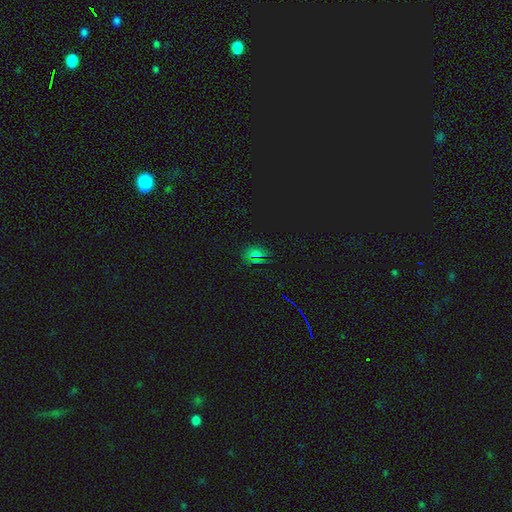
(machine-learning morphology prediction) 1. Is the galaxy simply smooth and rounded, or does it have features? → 47% star or artifact, 45% smooth, 8% featured or disk.